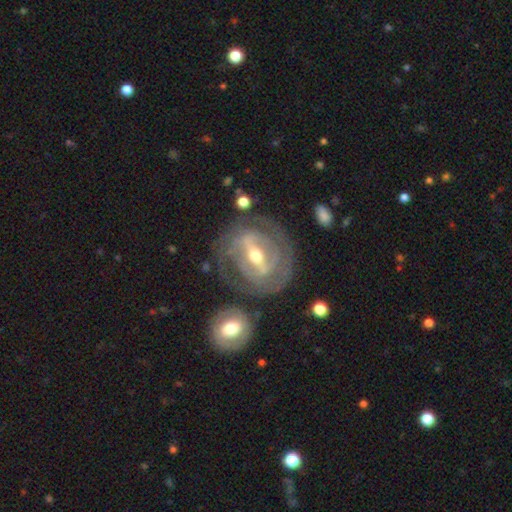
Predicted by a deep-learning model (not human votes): smooth_or_featured: featured or disk (p=0.85) [alt: smooth p=0.10]
disk_edge_on: no (p=0.93) [alt: yes p=0.07]
bar: strong (p=0.67) [alt: weak p=0.25]
has_spiral_arms: yes (p=0.79) [alt: no p=0.21]
spiral_winding: tight (p=0.64) [alt: medium p=0.27]
spiral_arm_count: 2 (p=0.49) [alt: can't tell p=0.29]
bulge_size: moderate (p=0.62) [alt: small p=0.33]
merging: none (p=0.73) [alt: minor disturbance p=0.14]